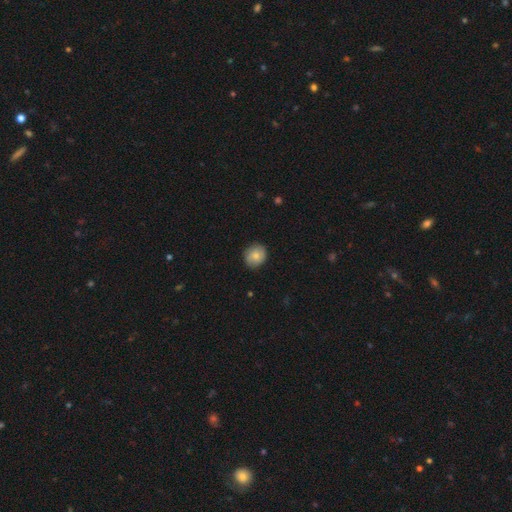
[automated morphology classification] Smooth or featured? smooth (71%)
How rounded? round (77%)
Merging? none (82%)